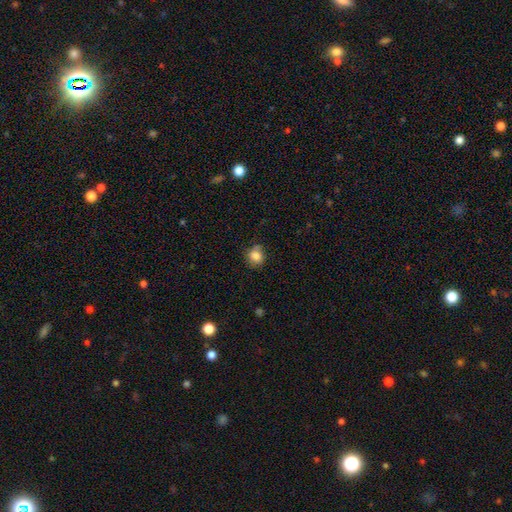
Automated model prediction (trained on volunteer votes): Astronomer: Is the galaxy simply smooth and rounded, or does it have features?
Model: smooth — 83%.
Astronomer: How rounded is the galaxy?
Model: round — 77%.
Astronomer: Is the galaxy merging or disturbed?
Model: none — 69%.